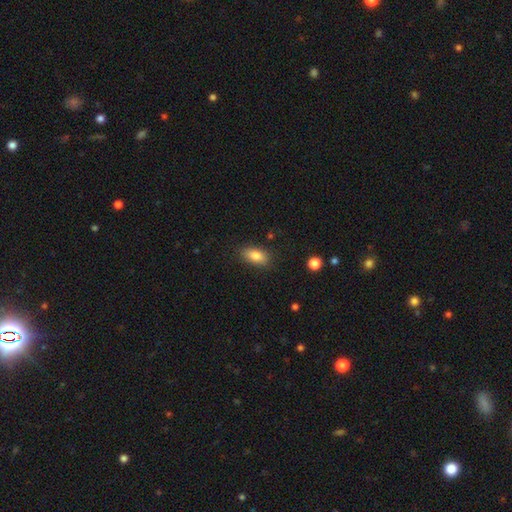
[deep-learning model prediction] Smooth or featured: smooth — 83% (featured or disk — 9%)
How rounded: in between — 87% (cigar-shaped — 7%)
Merging: none — 85% (minor disturbance — 11%)